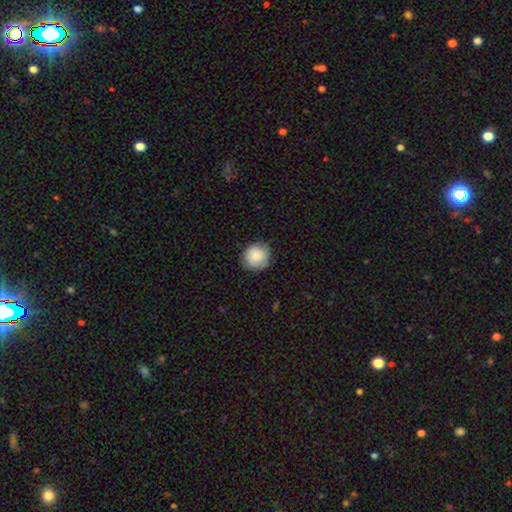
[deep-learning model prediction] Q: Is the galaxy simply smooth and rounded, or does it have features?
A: smooth — 81%.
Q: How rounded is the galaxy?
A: round — 93%.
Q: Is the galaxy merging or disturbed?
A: none — 82%.